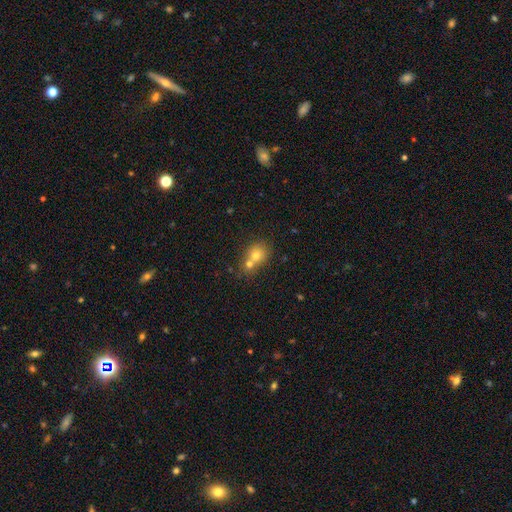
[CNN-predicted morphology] A smooth galaxy with no disk features (70%) that is round (74%). Merging: merger (56%).